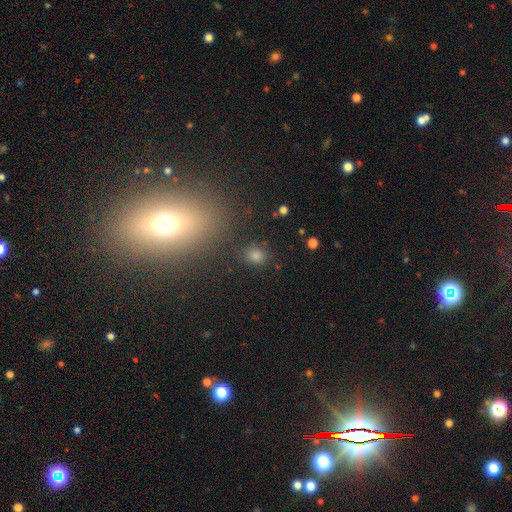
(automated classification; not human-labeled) This is likely a smooth galaxy (76%). How rounded: likely round (64%). Merging: clearly none (86%).